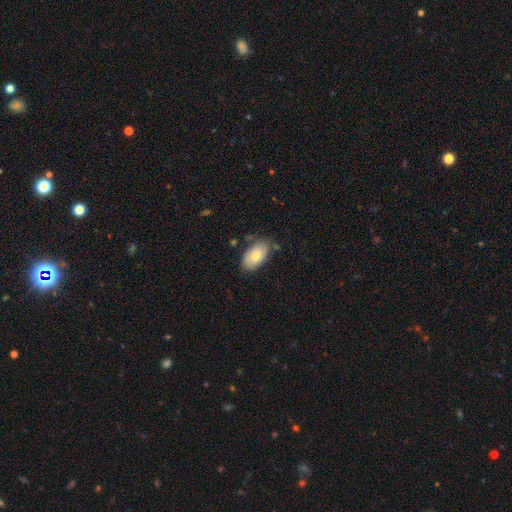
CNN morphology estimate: smooth-or-featured: smooth: 76% | featured or disk: 18% | star or artifact: 7%
  how-rounded: in between: 94% | round: 4% | cigar-shaped: 2%
  merging: none: 75% | minor disturbance: 18% | major disturbance: 4% | merger: 3%